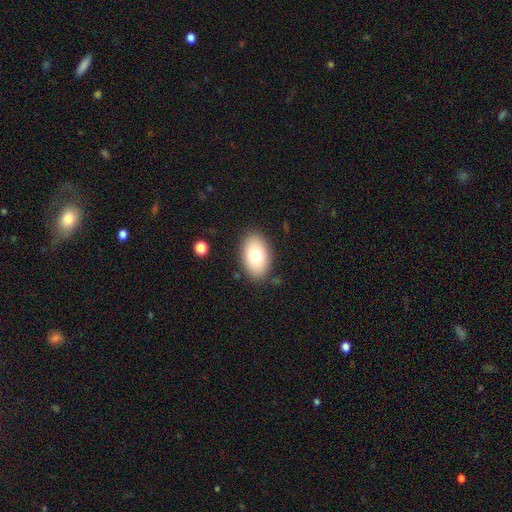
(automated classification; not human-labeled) Q: Smooth or featured?
A: smooth (76%); runner-up: featured or disk (16%)
Q: How rounded?
A: in between (90%); runner-up: round (9%)
Q: Merging?
A: none (86%); runner-up: minor disturbance (10%)